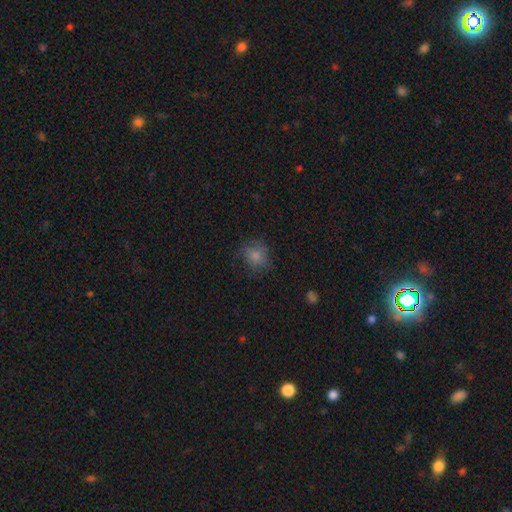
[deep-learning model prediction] Q: Smooth or featured?
A: smooth (77%); runner-up: star or artifact (12%)
Q: How rounded?
A: round (72%); runner-up: in between (27%)
Q: Merging?
A: none (69%); runner-up: minor disturbance (20%)